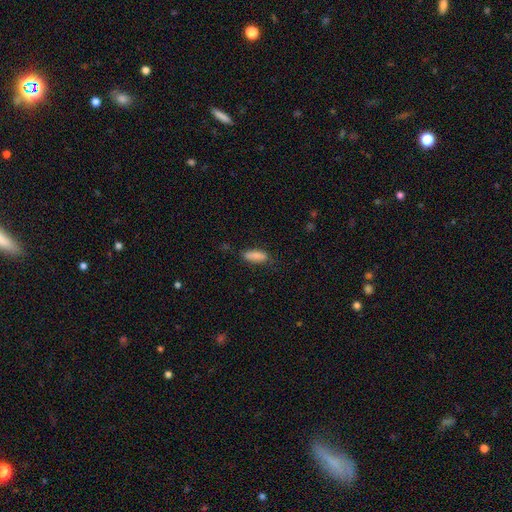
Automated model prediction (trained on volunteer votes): A smooth galaxy with no disk features (87%) that is in between round and cigar-shaped (69%). Merging: none (76%).